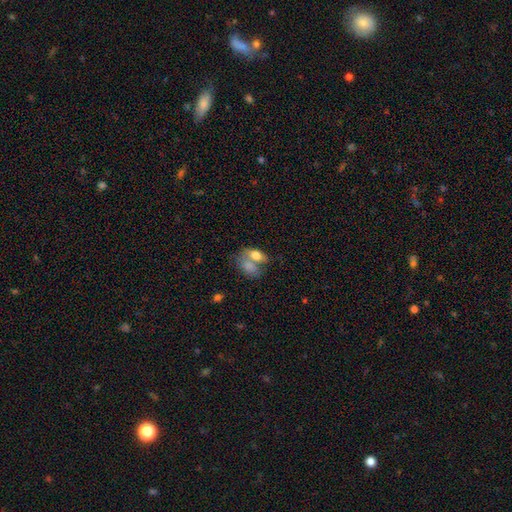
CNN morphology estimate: smooth-or-featured: smooth: 74% | featured or disk: 18% | star or artifact: 8%
  how-rounded: in between: 84% | round: 13% | cigar-shaped: 3%
  merging: merger: 60% | none: 22% | minor disturbance: 10% | major disturbance: 8%